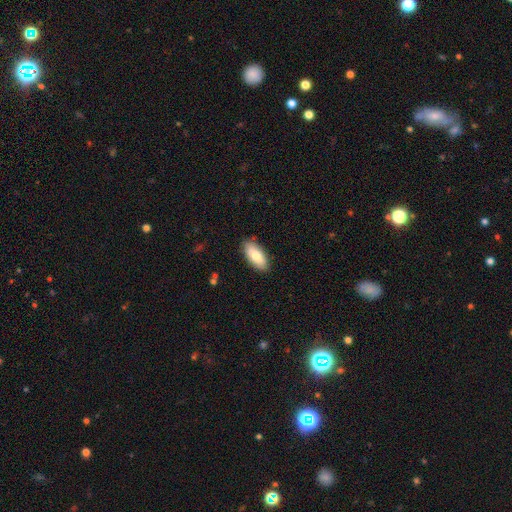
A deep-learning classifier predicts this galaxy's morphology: Smooth or featured?
  - smooth: 79% *
  - featured or disk: 15%
  - star or artifact: 6%
How rounded?
  - in between: 85% *
  - cigar-shaped: 13%
  - round: 2%
Merging?
  - none: 88% *
  - minor disturbance: 9%
  - major disturbance: 2%
  - merger: 1%